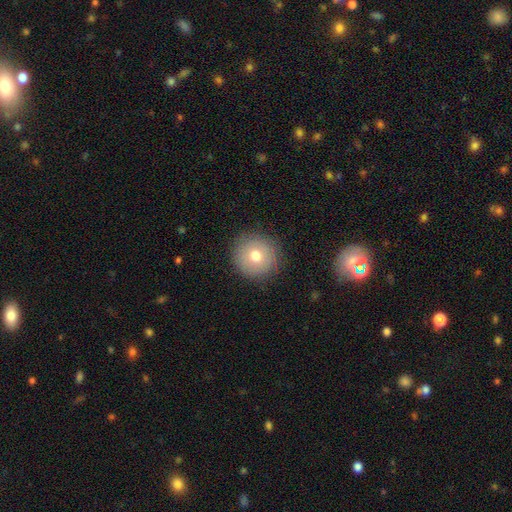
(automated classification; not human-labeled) smooth-or-featured: smooth: 73% | featured or disk: 16% | star or artifact: 11%
  how-rounded: round: 94% | in between: 5% | cigar-shaped: 1%
  merging: none: 88% | minor disturbance: 8% | major disturbance: 3% | merger: 1%